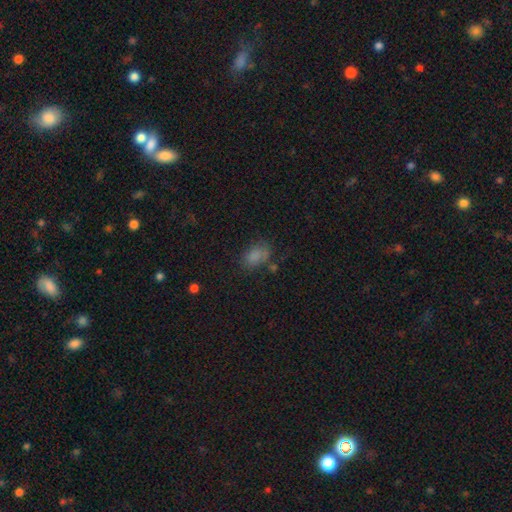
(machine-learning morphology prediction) Smooth or featured? Predicted: smooth (p=0.78). How rounded? Predicted: in between (p=0.84). Merging? Predicted: none (p=0.60).